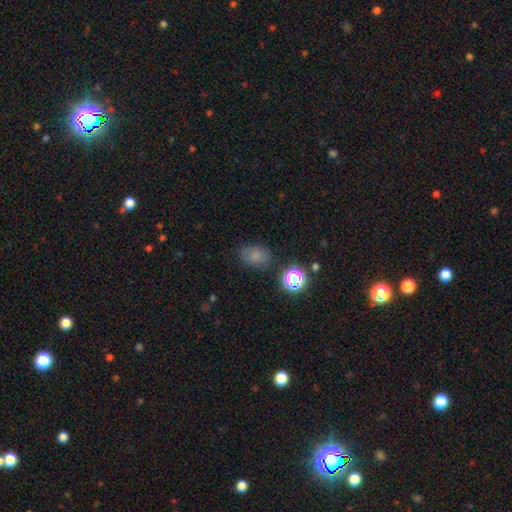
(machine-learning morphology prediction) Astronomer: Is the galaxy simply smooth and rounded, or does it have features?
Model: smooth — 72%.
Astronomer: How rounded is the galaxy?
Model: in between — 64%.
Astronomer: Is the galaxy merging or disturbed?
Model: none — 72%.